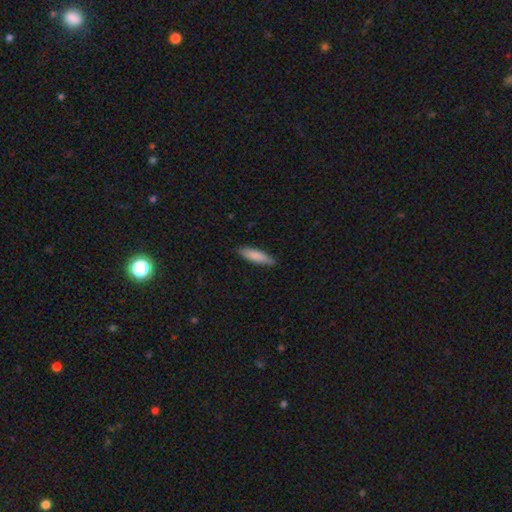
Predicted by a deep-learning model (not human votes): This appears to be a smooth galaxy with no disk features (84%) that is cigar-shaped (69%). Merging: none (84%).